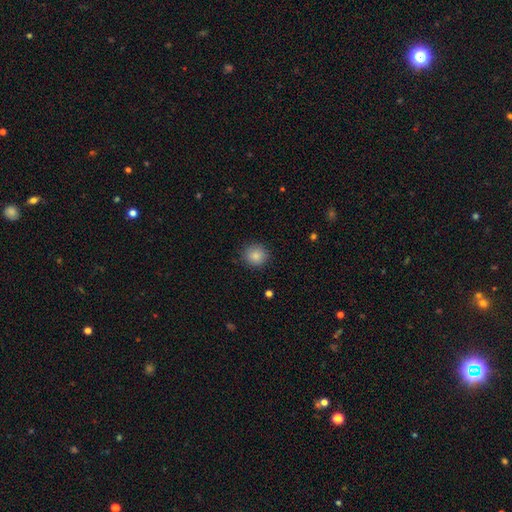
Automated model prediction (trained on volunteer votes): A smooth galaxy with no disk features (85%) that is round (91%). Merging: none (89%).